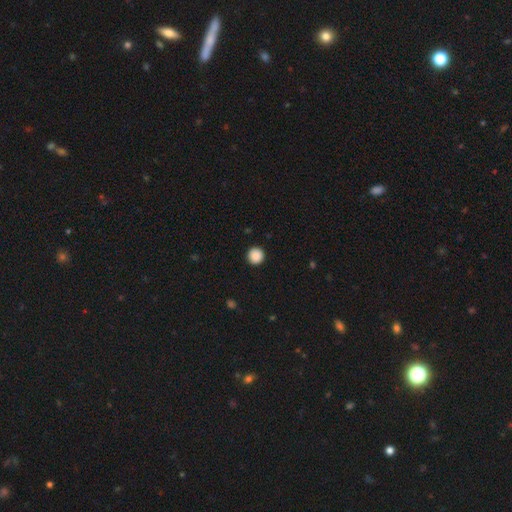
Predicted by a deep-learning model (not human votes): This appears to be a smooth galaxy with no disk features (89%) that is round (96%). Merging: none (93%).